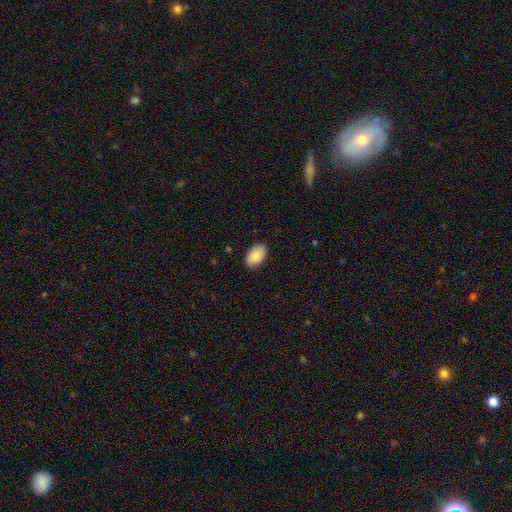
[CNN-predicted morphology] Q: Smooth or featured?
A: smooth (86%); runner-up: featured or disk (7%)
Q: How rounded?
A: in between (92%); runner-up: round (7%)
Q: Merging?
A: none (85%); runner-up: minor disturbance (12%)